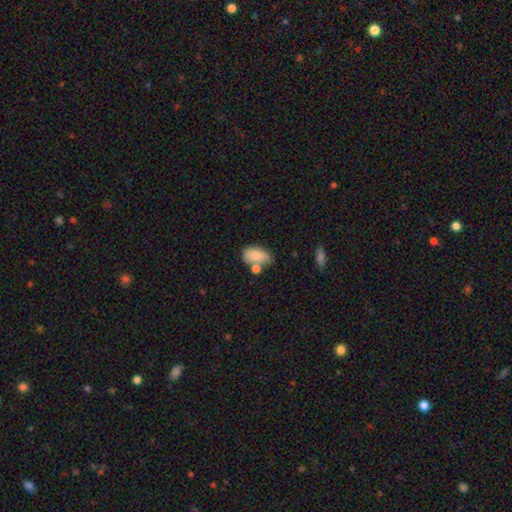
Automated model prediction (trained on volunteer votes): The model was most divided on "merging": none: 47%, merger: 25%, minor disturbance: 20%, major disturbance: 8%. More confident: how rounded — in between (91%); smooth or featured — smooth (84%).